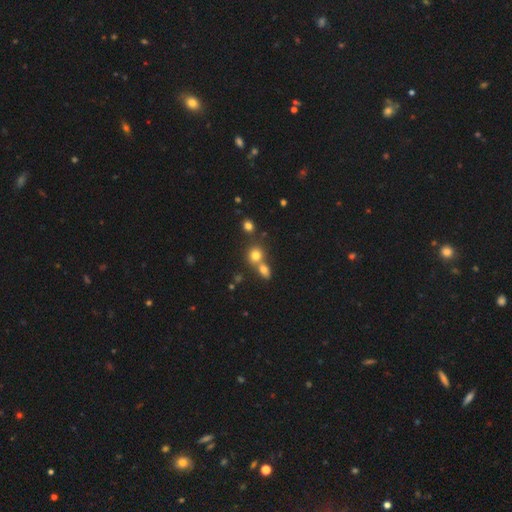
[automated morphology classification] Q: Smooth or featured?
A: smooth (75%); runner-up: star or artifact (15%)
Q: How rounded?
A: round (76%); runner-up: in between (23%)
Q: Merging?
A: none (47%); runner-up: merger (42%)